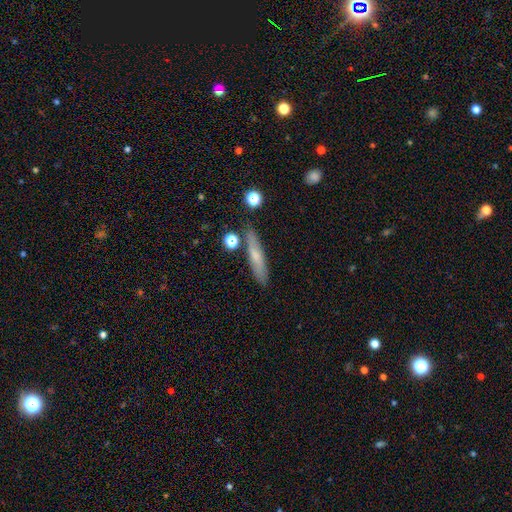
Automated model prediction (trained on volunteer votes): Q: Smooth or featured?
A: smooth (63%); runner-up: featured or disk (30%)
Q: How rounded?
A: cigar-shaped (85%); runner-up: in between (13%)
Q: Merging?
A: none (80%); runner-up: minor disturbance (12%)